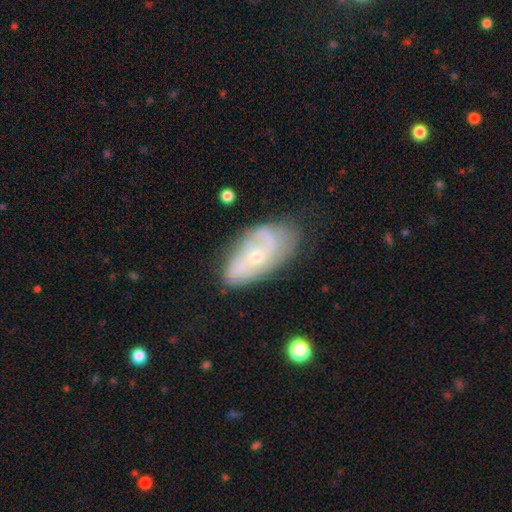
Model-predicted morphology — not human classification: A featured or disk galaxy (73%) with no bar (64%), 2 (55%) medium (42%) spiral arms (87%) and a small central bulge (62%).

Vote fractions:
- Smooth or featured? featured or disk: 73% / smooth: 20% / star or artifact: 7%
- Edge-on disk? no: 94% / yes: 6%
- Bar? no: 64% / weak: 30% / strong: 6%
- Spiral arms? yes: 87% / no: 13%
- Spiral winding? medium: 42% / tight: 31% / loose: 27%
- Spiral arm count? 2: 55% / can't tell: 26% / 3: 9% / 1: 6% / 4: 3% / more than 4: 2%
- Bulge size? small: 62% / moderate: 35% / none: 1% / large: 1% / dominant: 1%
- Merging? none: 65% / minor disturbance: 24% / major disturbance: 9% / merger: 2%